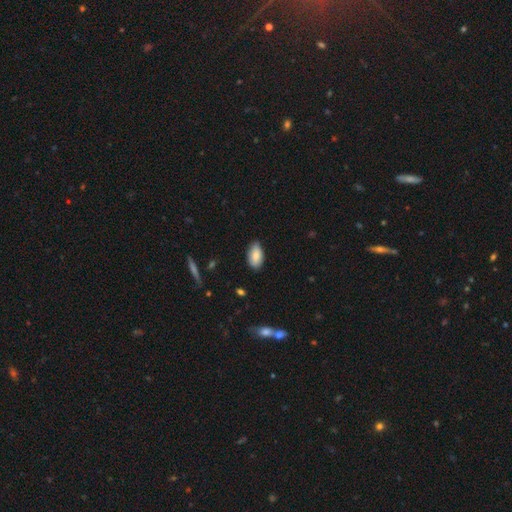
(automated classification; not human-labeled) The model was most divided on "merging": none: 81%, minor disturbance: 16%, major disturbance: 2%, merger: 1%. More confident: how rounded — in between (94%); smooth or featured — smooth (85%).